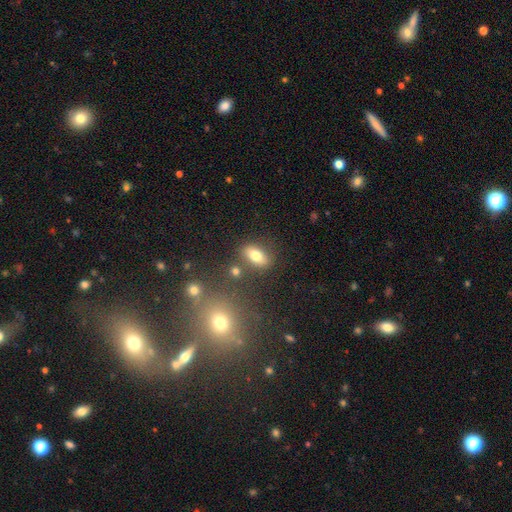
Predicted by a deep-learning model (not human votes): Overall: smooth (75%). How rounded: in between (83%). Merging: none (76%).